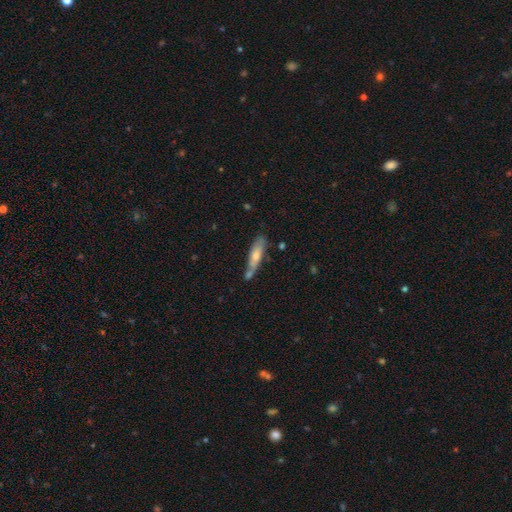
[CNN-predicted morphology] Q: Smooth or featured?
A: smooth (61%); runner-up: featured or disk (33%)
Q: How rounded?
A: cigar-shaped (70%); runner-up: in between (28%)
Q: Merging?
A: none (54%); runner-up: minor disturbance (21%)